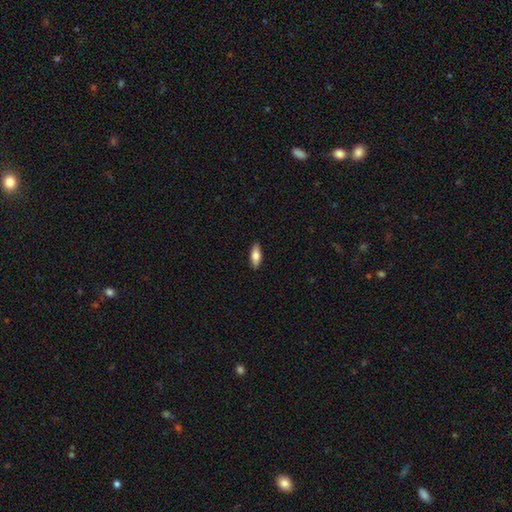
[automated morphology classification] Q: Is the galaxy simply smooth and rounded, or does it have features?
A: smooth — 75%.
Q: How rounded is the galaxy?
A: in between — 70%.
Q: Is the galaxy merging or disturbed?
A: none — 90%.